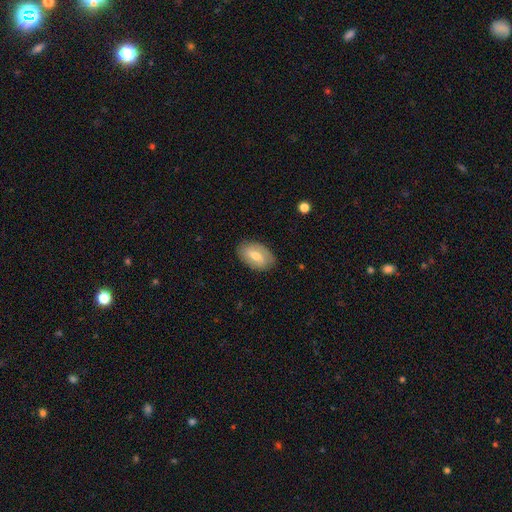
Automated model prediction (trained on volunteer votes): smooth_or_featured: smooth (p=0.55) [alt: featured or disk p=0.39]
how_rounded: in between (p=0.90) [alt: round p=0.08]
merging: none (p=0.84) [alt: minor disturbance p=0.12]